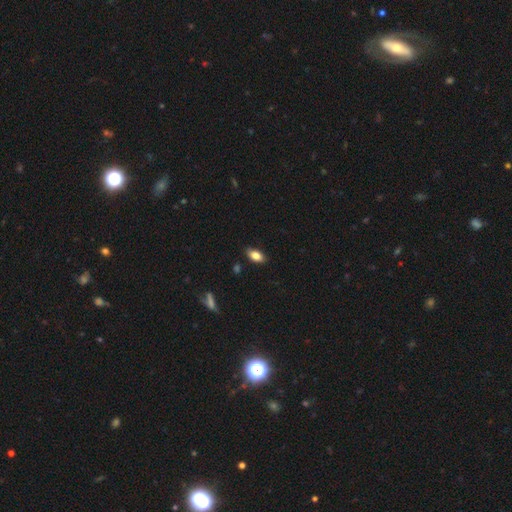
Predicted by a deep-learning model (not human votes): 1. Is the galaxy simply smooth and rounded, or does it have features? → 81% smooth, 11% featured or disk, 8% star or artifact.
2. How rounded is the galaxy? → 90% in between, 6% cigar-shaped, 5% round.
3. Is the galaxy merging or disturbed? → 85% none, 11% minor disturbance, 2% major disturbance, 1% merger.